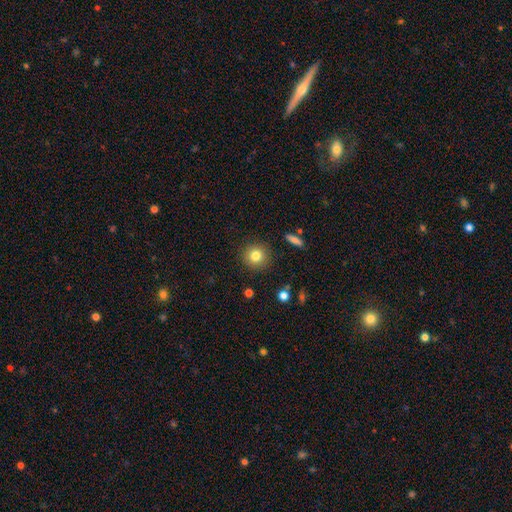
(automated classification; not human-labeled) A smooth galaxy with no disk features (81%) that is round (93%). Merging: none (90%).